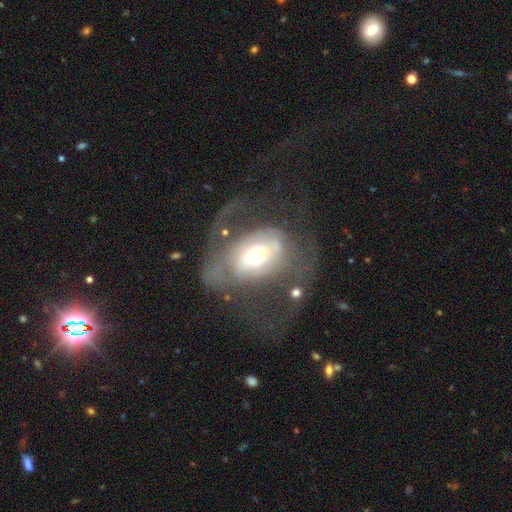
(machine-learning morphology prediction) smooth_or_featured: featured or disk (p=0.60) [alt: smooth p=0.32]
disk_edge_on: no (p=0.94) [alt: yes p=0.06]
bar: no (p=0.63) [alt: weak p=0.25]
has_spiral_arms: no (p=0.52) [alt: yes p=0.48]
bulge_size: moderate (p=0.62) [alt: large p=0.18]
merging: major disturbance (p=0.59) [alt: none p=0.22]